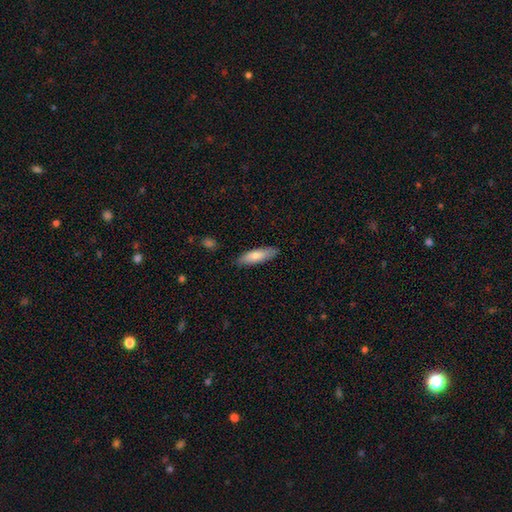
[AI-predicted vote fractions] Smooth or featured? smooth (79%)
How rounded? cigar-shaped (51%)
Merging? none (83%)